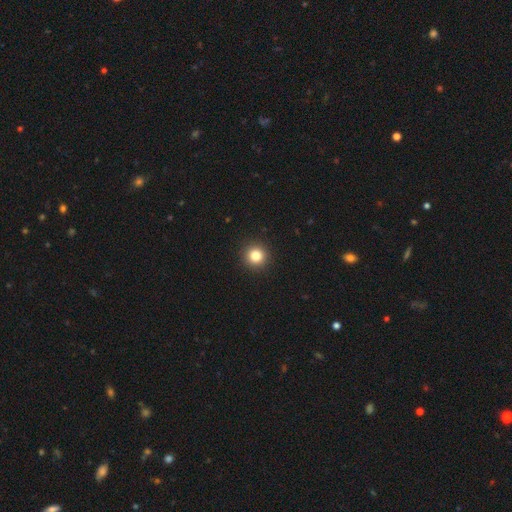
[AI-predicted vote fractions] A smooth galaxy with no disk features (82%) that is round (94%).

Vote fractions:
- Smooth or featured? smooth: 82% / star or artifact: 12% / featured or disk: 6%
- How rounded? round: 94% / in between: 5% / cigar-shaped: 1%
- Merging? none: 93% / minor disturbance: 4% / major disturbance: 2% / merger: 1%